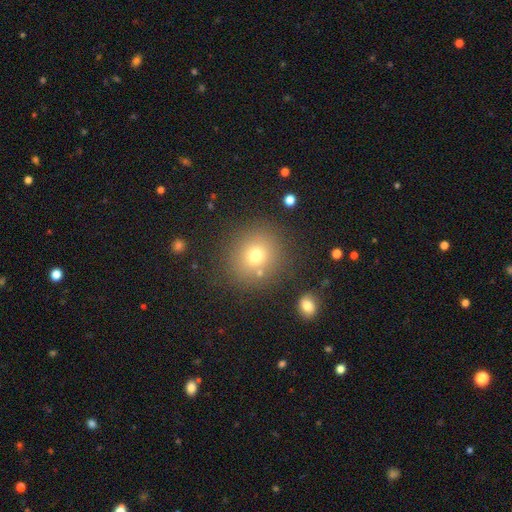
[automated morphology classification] type=smooth (71%); roundness=round (87%); merging=none (82%).